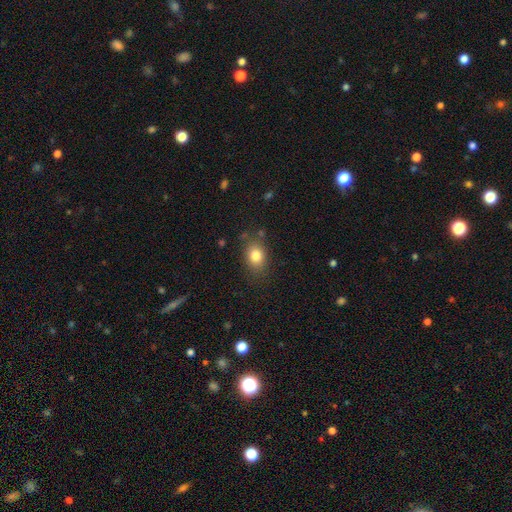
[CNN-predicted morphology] type=smooth (81%); roundness=in between (67%); merging=none (78%).